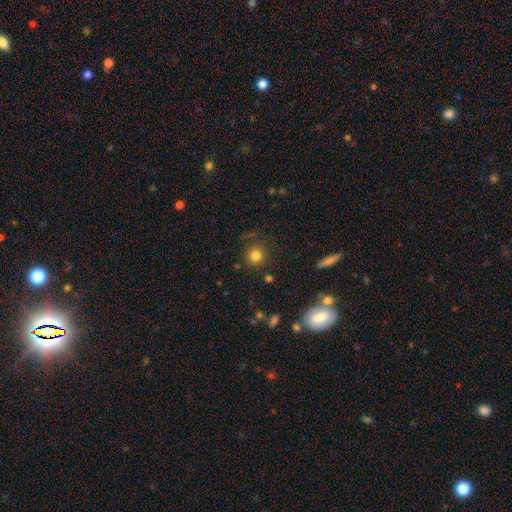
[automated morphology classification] Smooth or featured? smooth (80%)
How rounded? round (91%)
Merging? none (82%)